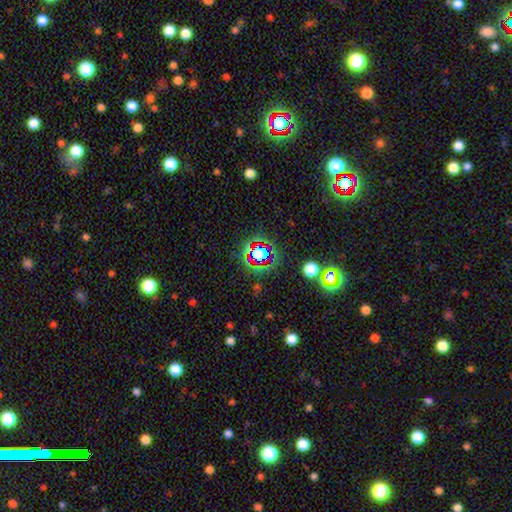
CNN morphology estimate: This appears to be a star or artifact, not a galaxy (57%).